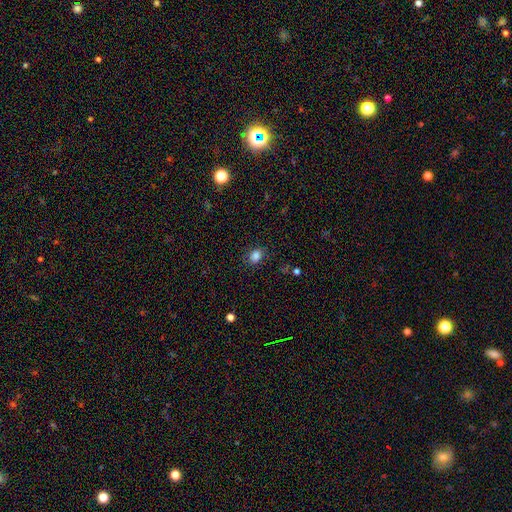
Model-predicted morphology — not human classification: Smooth or featured: smooth — 84% (star or artifact — 12%)
How rounded: in between — 65% (round — 34%)
Merging: none — 83% (minor disturbance — 12%)